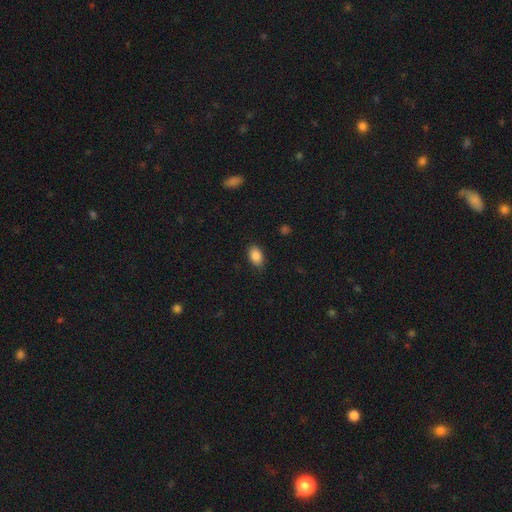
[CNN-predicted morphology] A smooth galaxy with no disk features (88%) that is in between round and cigar-shaped (88%). Merging: none (84%).